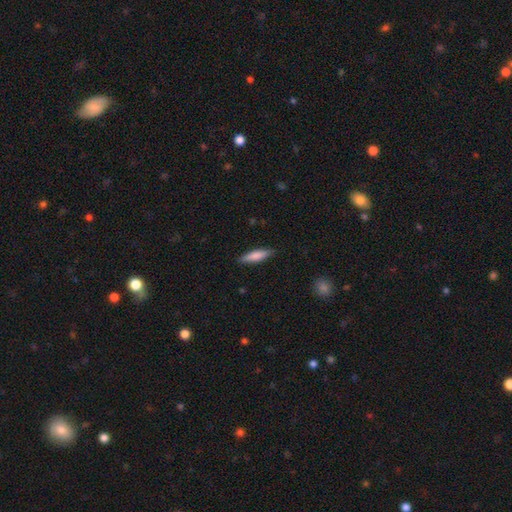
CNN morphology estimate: smooth-or-featured: smooth: 80% | featured or disk: 15% | star or artifact: 6%
  how-rounded: cigar-shaped: 72% | in between: 27% | round: 1%
  merging: none: 87% | minor disturbance: 10% | major disturbance: 2% | merger: 1%